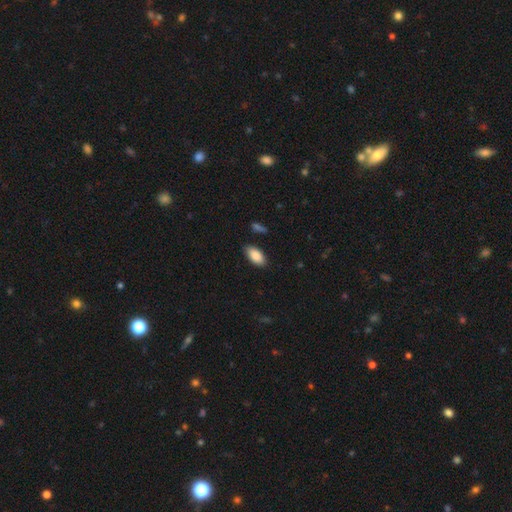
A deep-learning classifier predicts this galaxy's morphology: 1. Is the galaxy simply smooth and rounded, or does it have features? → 88% smooth, 6% star or artifact, 5% featured or disk.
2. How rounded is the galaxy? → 93% in between, 5% cigar-shaped, 2% round.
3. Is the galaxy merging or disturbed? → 85% none, 11% minor disturbance, 2% major disturbance, 2% merger.